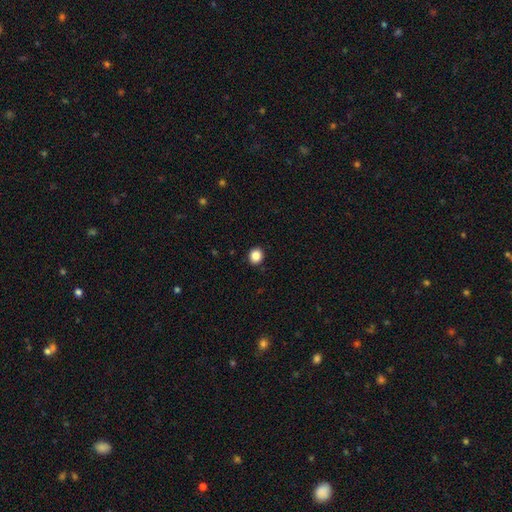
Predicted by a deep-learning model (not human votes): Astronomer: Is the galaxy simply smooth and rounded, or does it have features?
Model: smooth — 87%.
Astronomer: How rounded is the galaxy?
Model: round — 78%.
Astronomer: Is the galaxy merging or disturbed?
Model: none — 91%.